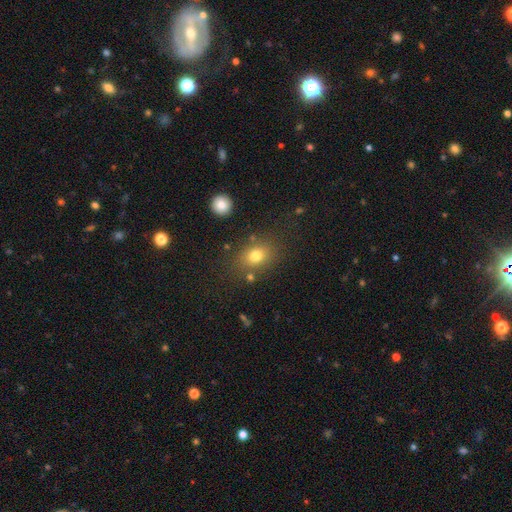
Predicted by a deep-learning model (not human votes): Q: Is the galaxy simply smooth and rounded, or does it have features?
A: smooth — 76%.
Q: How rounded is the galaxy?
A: in between — 61%.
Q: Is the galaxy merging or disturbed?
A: none — 76%.